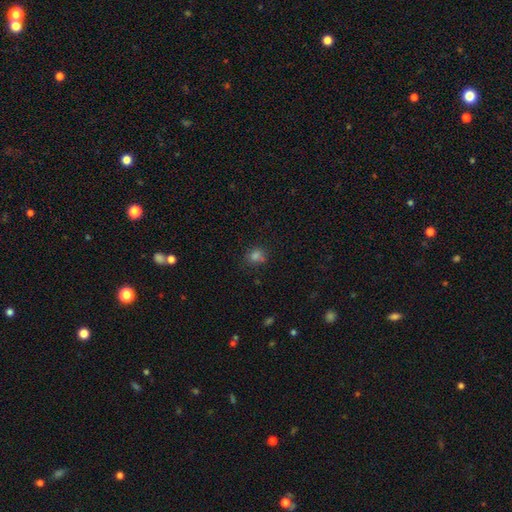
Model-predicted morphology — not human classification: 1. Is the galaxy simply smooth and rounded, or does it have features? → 76% smooth, 18% star or artifact, 6% featured or disk.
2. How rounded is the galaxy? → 73% round, 26% in between, 1% cigar-shaped.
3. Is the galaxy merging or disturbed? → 70% none, 17% minor disturbance, 8% merger, 5% major disturbance.